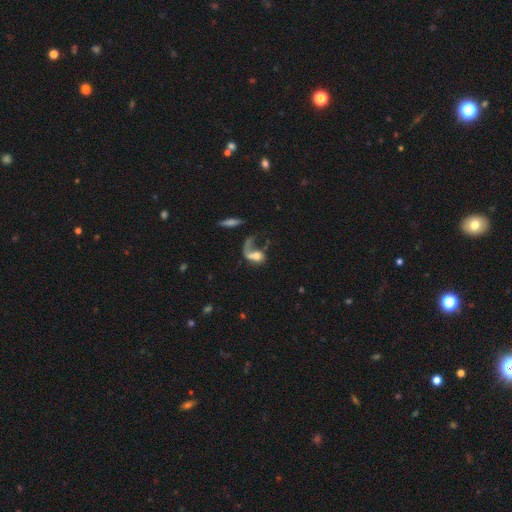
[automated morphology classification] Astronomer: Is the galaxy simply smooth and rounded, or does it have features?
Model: smooth — 45%, tied with featured or disk at 45%.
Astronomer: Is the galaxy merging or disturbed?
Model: major disturbance — 40% (runner-up: merger, 29%).